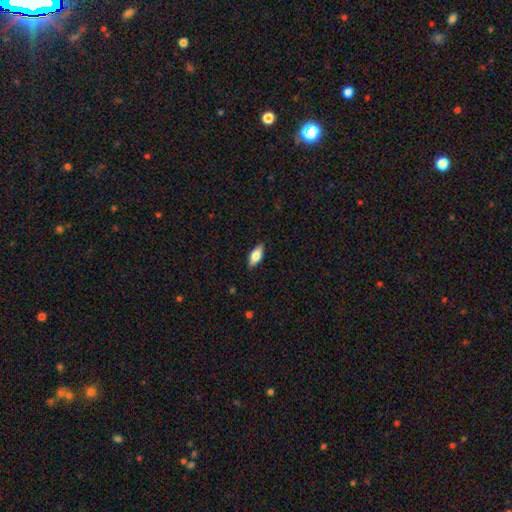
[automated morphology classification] Smooth or featured?
  - smooth: 71% *
  - featured or disk: 22%
  - star or artifact: 6%
How rounded?
  - in between: 80% *
  - cigar-shaped: 18%
  - round: 3%
Merging?
  - none: 87% *
  - minor disturbance: 10%
  - major disturbance: 2%
  - merger: 1%